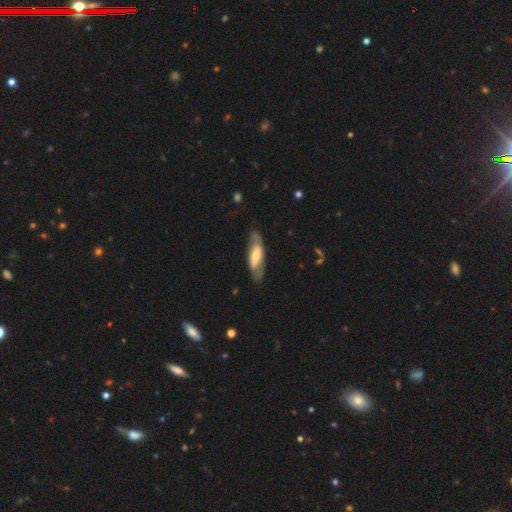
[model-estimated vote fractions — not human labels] This appears to be a featured or disk galaxy (51%). Merging: none (73%).